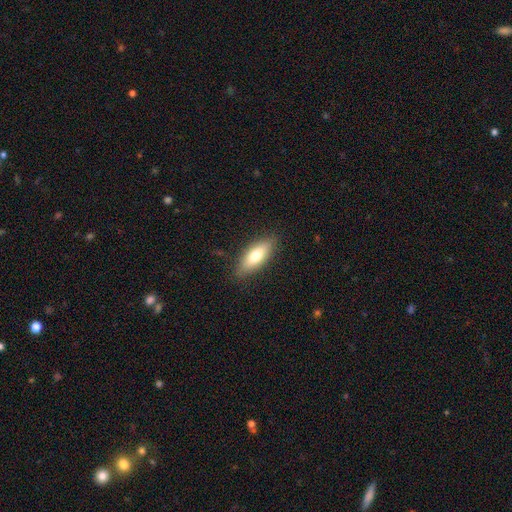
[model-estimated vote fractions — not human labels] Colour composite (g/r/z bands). It shows a smooth galaxy with no disk features (69%) that is in between round and cigar-shaped (64%). Merging: none (85%).